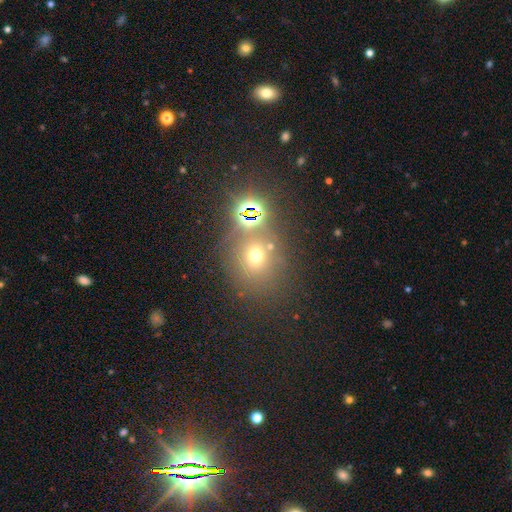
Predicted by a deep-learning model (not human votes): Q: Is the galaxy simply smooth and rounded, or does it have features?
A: smooth — 57%.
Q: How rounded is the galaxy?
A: round — 81%.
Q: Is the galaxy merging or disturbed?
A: none — 68%.